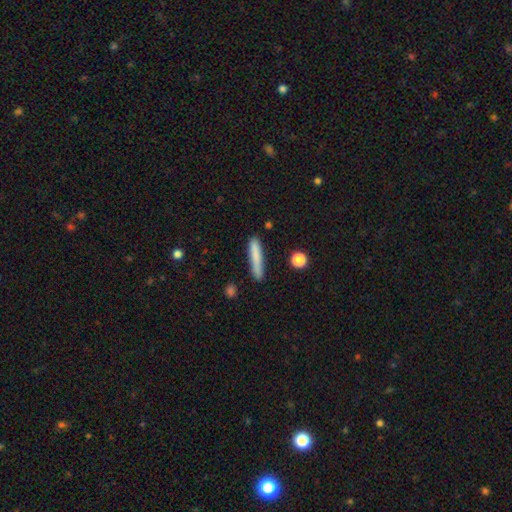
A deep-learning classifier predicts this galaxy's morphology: smooth_or_featured: smooth (p=0.79) [alt: featured or disk p=0.14]
how_rounded: cigar-shaped (p=0.93) [alt: in between p=0.05]
merging: none (p=0.83) [alt: minor disturbance p=0.12]